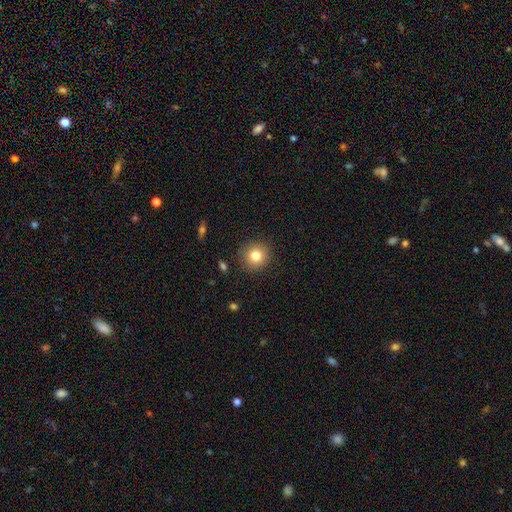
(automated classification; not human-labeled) Q: Smooth or featured?
A: smooth (80%); runner-up: star or artifact (11%)
Q: How rounded?
A: round (92%); runner-up: in between (7%)
Q: Merging?
A: none (90%); runner-up: minor disturbance (6%)